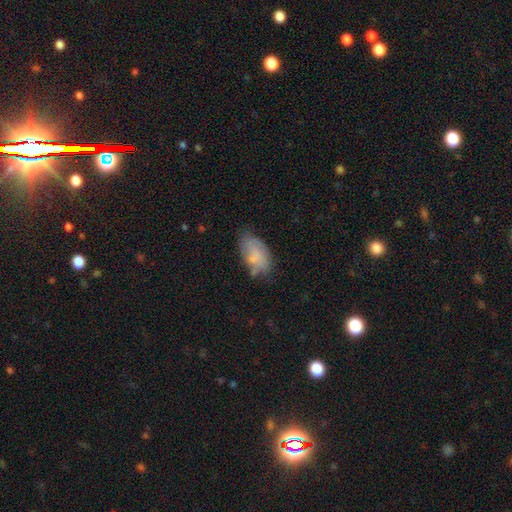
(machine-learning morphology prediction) Smooth or featured?
  - smooth: 73% *
  - featured or disk: 19%
  - star or artifact: 8%
How rounded?
  - in between: 93% *
  - round: 5%
  - cigar-shaped: 2%
Merging?
  - none: 57% *
  - minor disturbance: 29%
  - major disturbance: 9%
  - merger: 5%